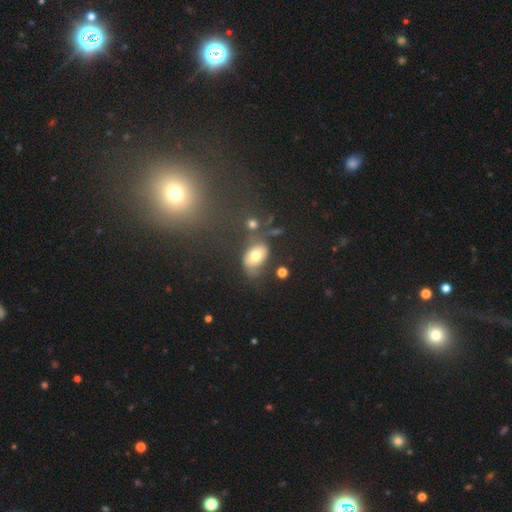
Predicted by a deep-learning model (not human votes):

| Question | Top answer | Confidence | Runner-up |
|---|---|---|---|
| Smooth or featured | smooth | 64% | featured or disk (26%) |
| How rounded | in between | 85% | round (14%) |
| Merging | none | 50% | minor disturbance (25%) |